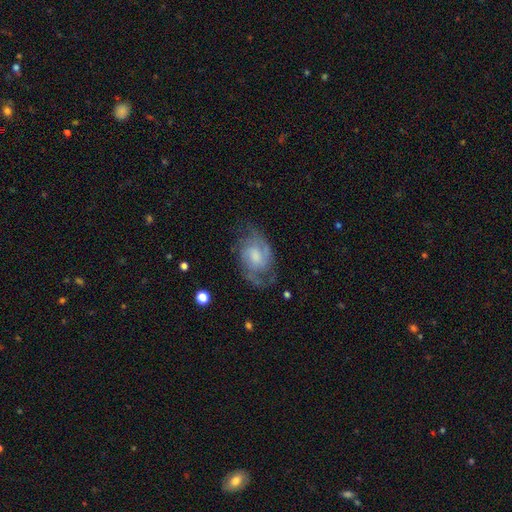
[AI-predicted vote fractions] Morphology: type=featured or disk (81%); edge-on=no (97%); bar=weak (46%, tied with no); spiral arms=yes (94%); winding=medium (51%); arm count=2 (71%); bulge=moderate (40%); merging=none (66%).